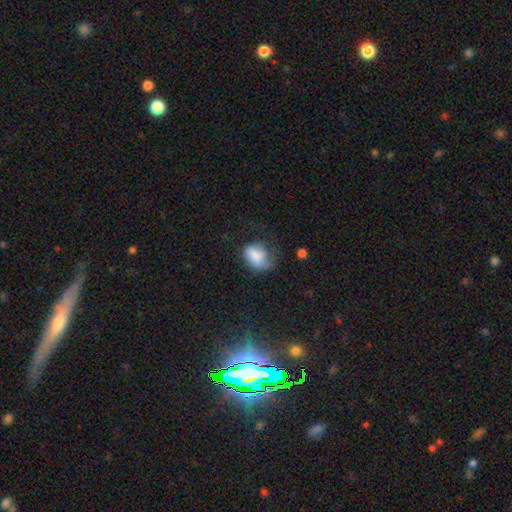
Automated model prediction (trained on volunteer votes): Q: Smooth or featured?
A: smooth (75%); runner-up: featured or disk (16%)
Q: How rounded?
A: in between (68%); runner-up: round (31%)
Q: Merging?
A: major disturbance (34%); runner-up: none (33%)